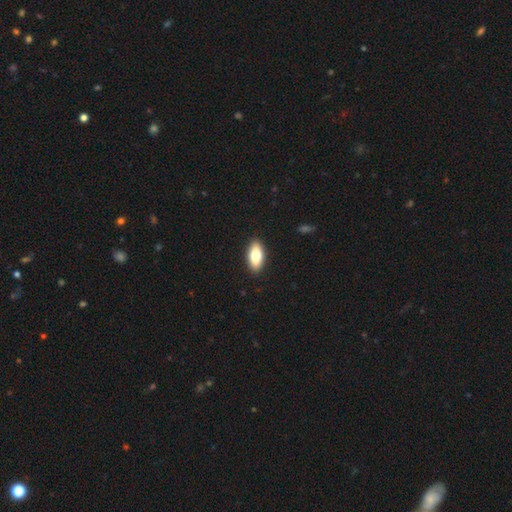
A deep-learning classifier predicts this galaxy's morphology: smooth-or-featured: smooth: 77% | featured or disk: 17% | star or artifact: 6%
  how-rounded: in between: 87% | cigar-shaped: 10% | round: 3%
  merging: none: 90% | minor disturbance: 7% | major disturbance: 2% | merger: 1%